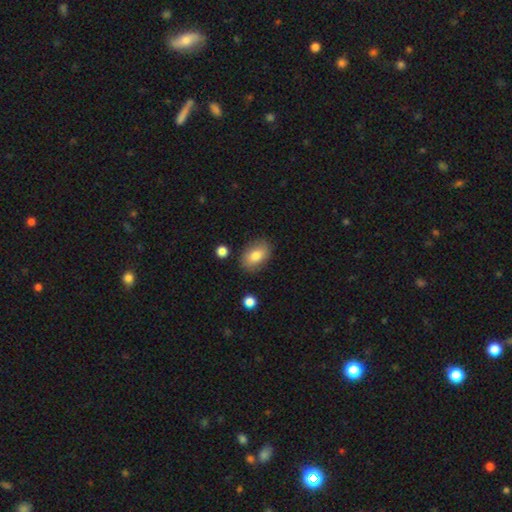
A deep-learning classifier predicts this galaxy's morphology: Smooth or featured: smooth — 79% (featured or disk — 14%)
How rounded: in between — 85% (round — 13%)
Merging: none — 83% (minor disturbance — 12%)